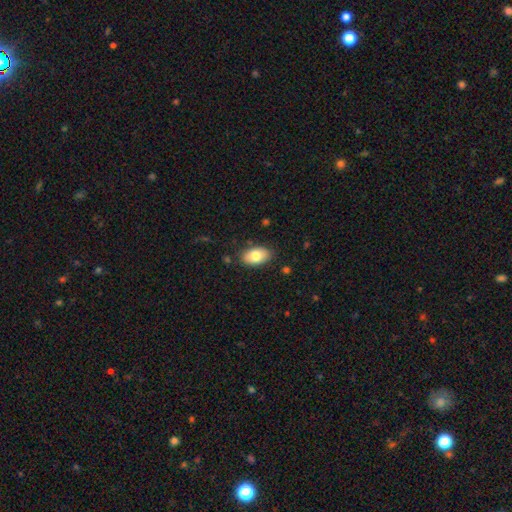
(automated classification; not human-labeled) This appears to be a smooth galaxy with no disk features (80%) that is in between round and cigar-shaped (93%). Merging: none (85%).